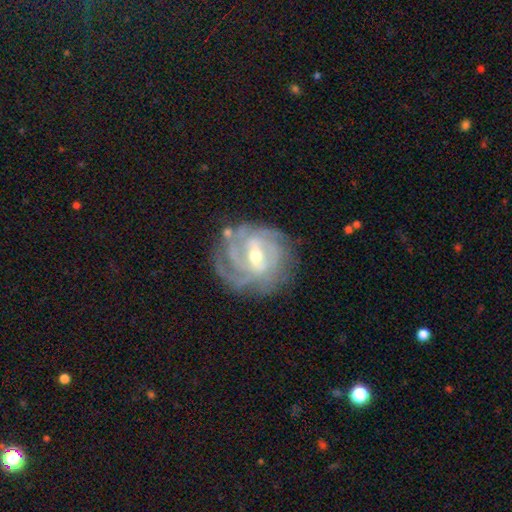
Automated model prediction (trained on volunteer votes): Smooth or featured? featured or disk (87%)
Edge-on disk? no (97%)
Bar? weak (50%)
Spiral arms? yes (94%)
Spiral winding? tight (61%)
Spiral arm count? can't tell (28%)
Bulge size? moderate (56%)
Merging? none (72%)